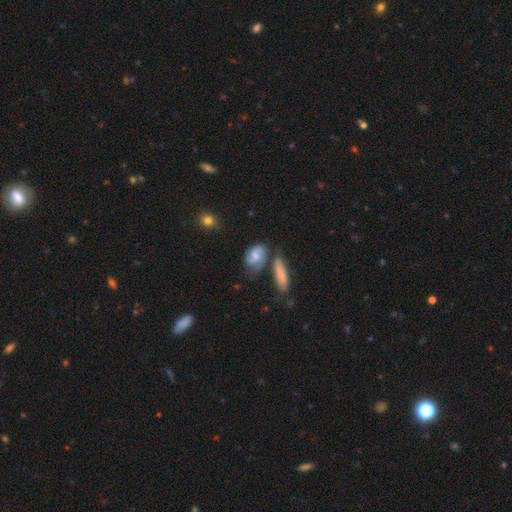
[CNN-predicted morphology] smooth-or-featured: smooth: 59% | featured or disk: 33% | star or artifact: 8%
  how-rounded: in between: 78% | round: 15% | cigar-shaped: 7%
  merging: none: 46% | minor disturbance: 24% | merger: 19% | major disturbance: 11%